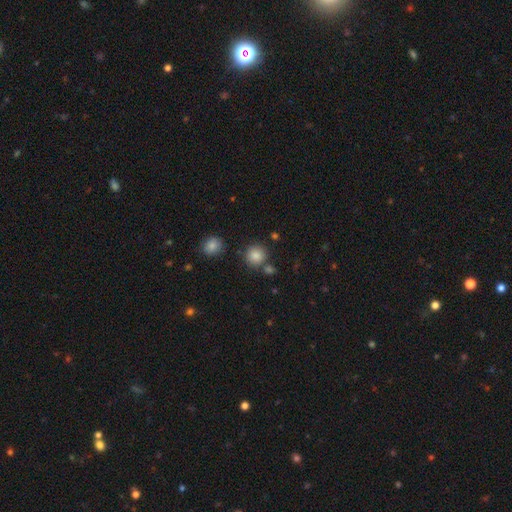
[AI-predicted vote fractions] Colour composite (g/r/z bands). It shows a smooth galaxy with no disk features (85%) that is round (91%). Merging: none (78%).